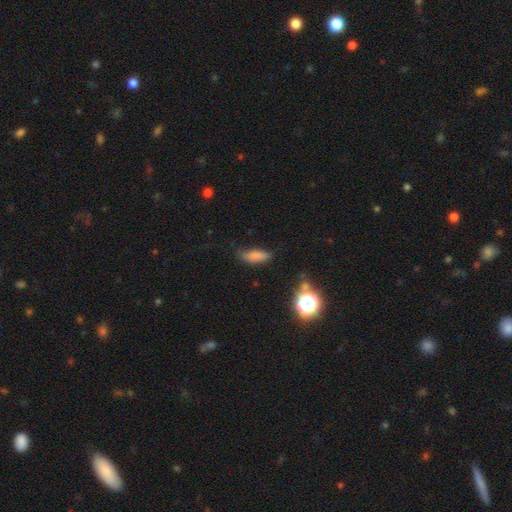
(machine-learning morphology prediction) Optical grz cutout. It shows a smooth galaxy with no disk features (78%) that is in between round and cigar-shaped (65%). Merging: none (64%).